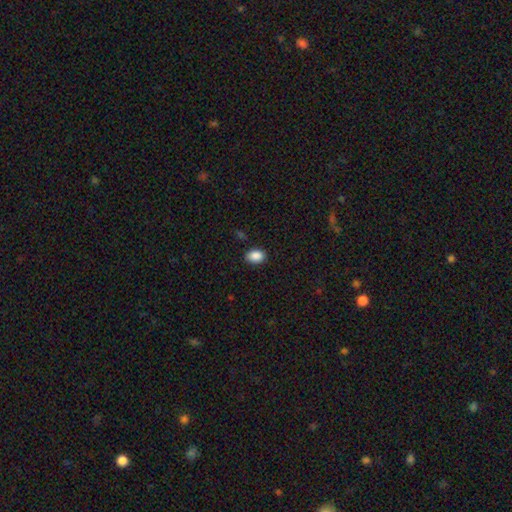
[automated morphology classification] smooth-or-featured: smooth: 88% | star or artifact: 8% | featured or disk: 3%
  how-rounded: in between: 76% | round: 23% | cigar-shaped: 1%
  merging: none: 87% | minor disturbance: 9% | major disturbance: 2% | merger: 1%